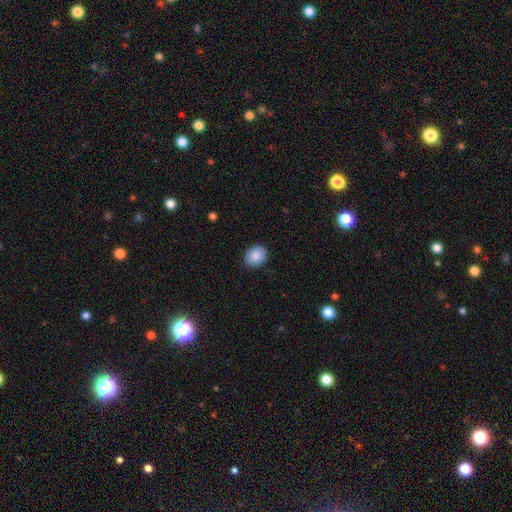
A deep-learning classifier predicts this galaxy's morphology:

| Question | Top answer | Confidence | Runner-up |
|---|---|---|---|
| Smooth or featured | smooth | 86% | star or artifact (7%) |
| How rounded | round | 51% | in between (48%) |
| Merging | none | 87% | minor disturbance (10%) |